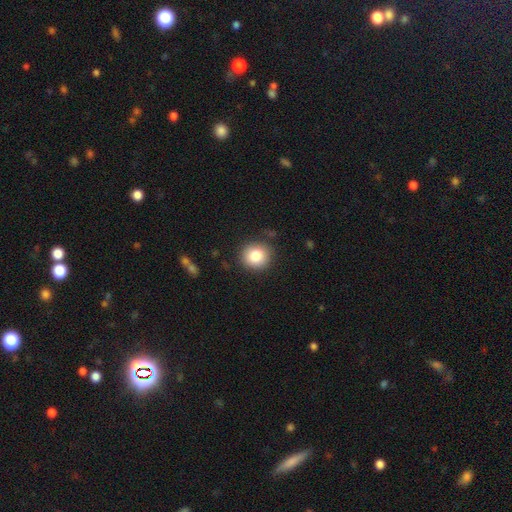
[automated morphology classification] Q: Smooth or featured?
A: smooth (83%); runner-up: star or artifact (9%)
Q: How rounded?
A: round (88%); runner-up: in between (11%)
Q: Merging?
A: none (87%); runner-up: minor disturbance (9%)